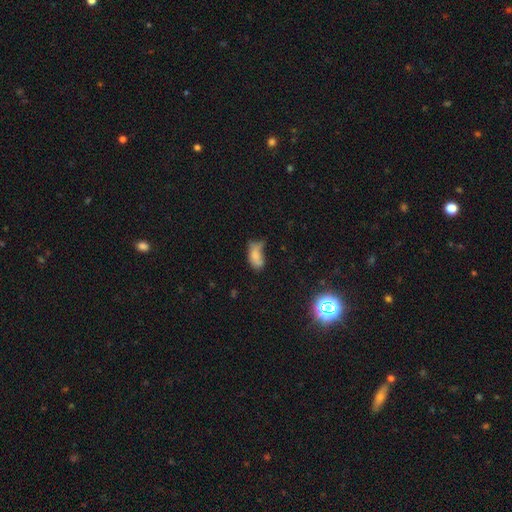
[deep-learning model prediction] smooth 71%, featured or disk 16%, star or artifact 13%. Down the decision tree: how rounded — in between (90%); merging — minor disturbance (34%).